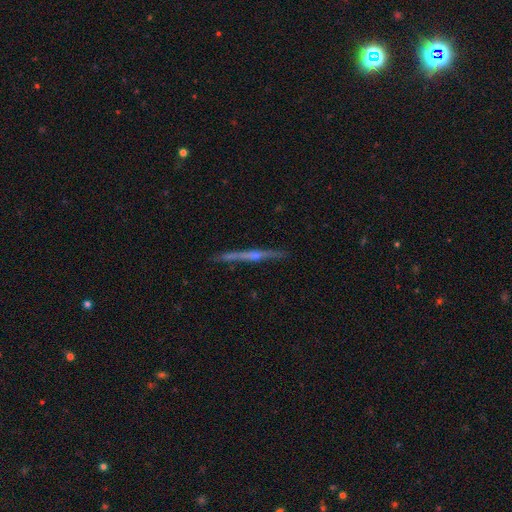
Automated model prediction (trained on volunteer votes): Smooth or featured?
  - featured or disk: 79% *
  - smooth: 14%
  - star or artifact: 6%
Edge-on disk?
  - yes: 98% *
  - no: 2%
Edge-on bulge?
  - rounded: 75% *
  - none: 20%
  - boxy: 5%
Merging?
  - none: 88% *
  - minor disturbance: 9%
  - major disturbance: 2%
  - merger: 1%